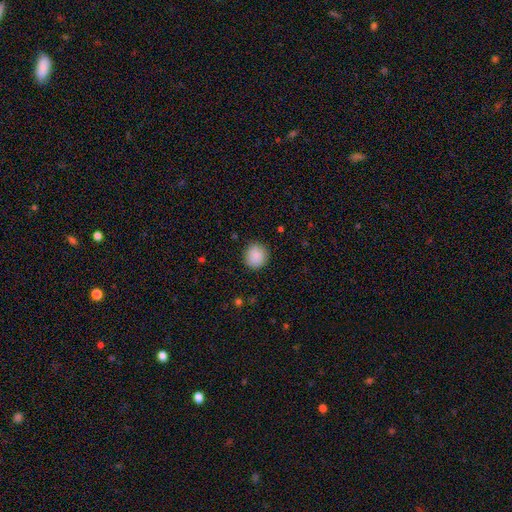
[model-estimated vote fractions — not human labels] A smooth galaxy with no disk features (89%) that is round (88%). Merging: none (88%).